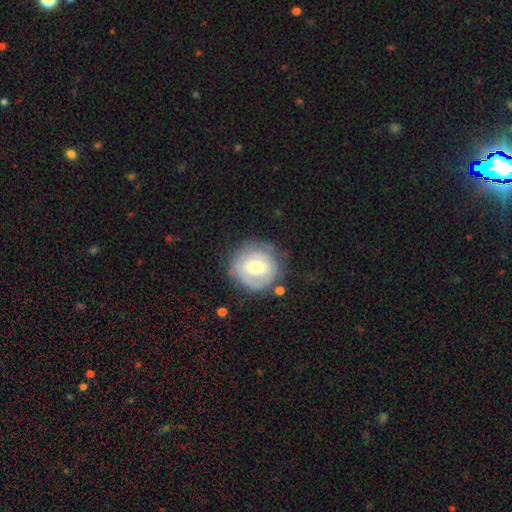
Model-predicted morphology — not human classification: smooth_or_featured: featured or disk (p=0.46) [alt: smooth p=0.39]
merging: none (p=0.81) [alt: minor disturbance p=0.12]